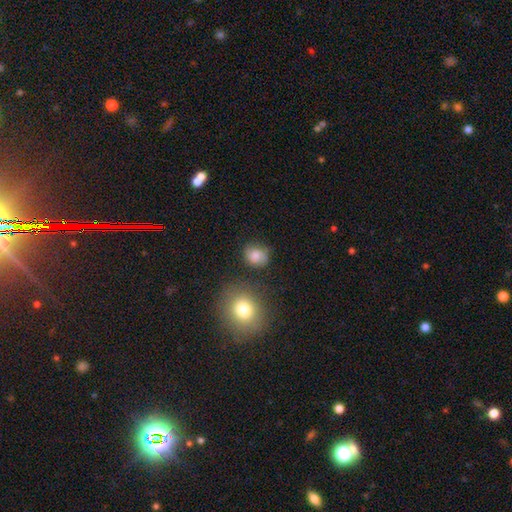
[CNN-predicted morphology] Q: Smooth or featured?
A: smooth (79%); runner-up: star or artifact (11%)
Q: How rounded?
A: round (62%); runner-up: in between (37%)
Q: Merging?
A: none (69%); runner-up: minor disturbance (21%)